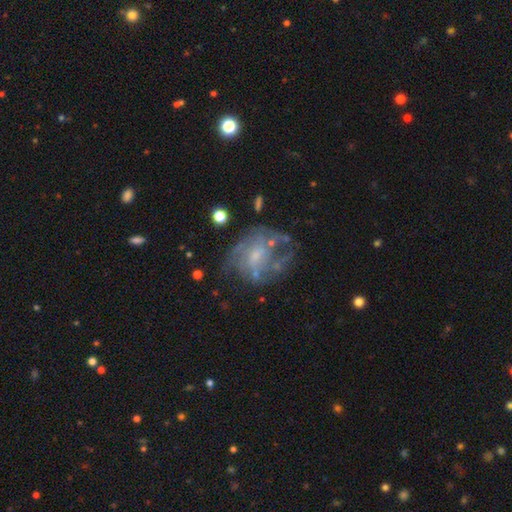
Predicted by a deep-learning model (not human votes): The model was most divided on "spiral arms": yes: 61%, no: 39%. More confident: edge-on disk — no (97%); smooth or featured — featured or disk (72%); bar — no (58%); bulge size — small (55%); merging — none (51%).